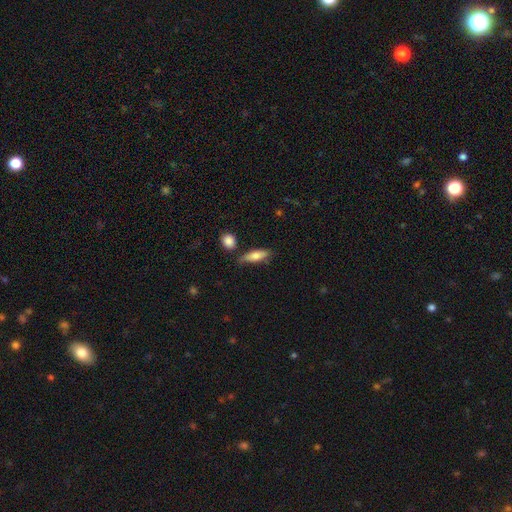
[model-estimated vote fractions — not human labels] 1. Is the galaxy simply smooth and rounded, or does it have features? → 71% smooth, 22% featured or disk, 7% star or artifact.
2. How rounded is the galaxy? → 54% in between, 43% cigar-shaped, 3% round.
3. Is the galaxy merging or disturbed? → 61% none, 25% minor disturbance, 7% merger, 7% major disturbance.